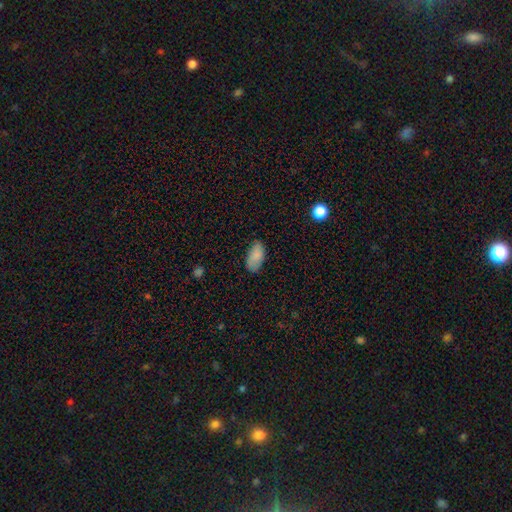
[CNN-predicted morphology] A smooth galaxy with no disk features (86%) that is in between round and cigar-shaped (94%).

Vote fractions:
- Smooth or featured? smooth: 86% / star or artifact: 7% / featured or disk: 6%
- How rounded? in between: 94% / cigar-shaped: 4% / round: 3%
- Merging? none: 74% / minor disturbance: 20% / major disturbance: 4% / merger: 1%